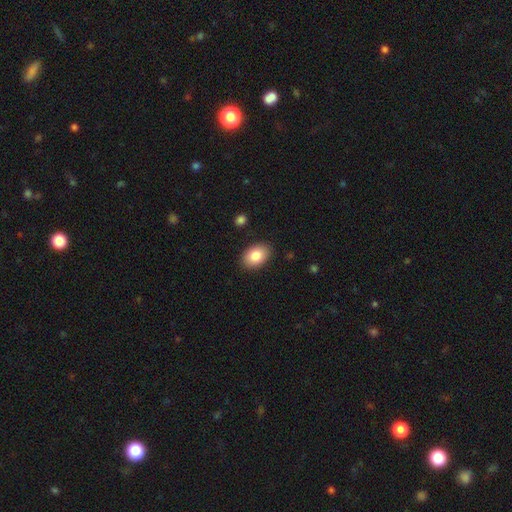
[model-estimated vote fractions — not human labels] Smooth or featured?
  - smooth: 84% *
  - featured or disk: 9%
  - star or artifact: 7%
How rounded?
  - in between: 84% *
  - round: 15%
  - cigar-shaped: 1%
Merging?
  - none: 88% *
  - minor disturbance: 8%
  - major disturbance: 2%
  - merger: 1%